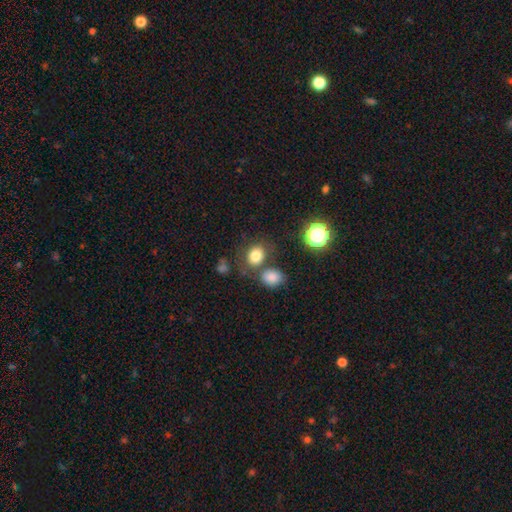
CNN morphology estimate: The model was most divided on "how rounded": round: 57%, in between: 42%, cigar-shaped: 1%. More confident: smooth or featured — smooth (80%); merging — none (65%).